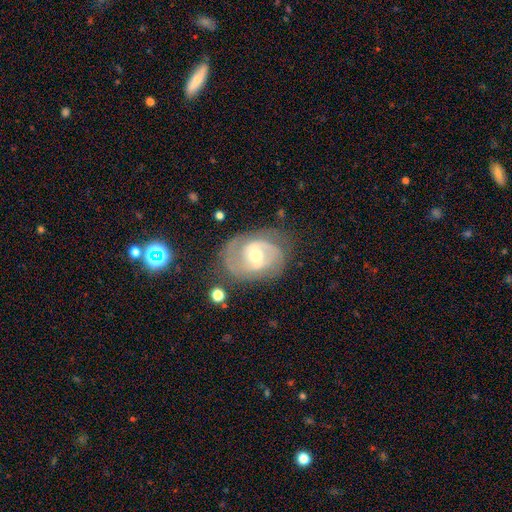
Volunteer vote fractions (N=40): Smooth or featured?
  - featured or disk: 90% *
  - smooth: 10%
  - star or artifact: 0%
Edge-on disk?
  - no: 97% *
  - yes: 3%
Bar?
  - strong: 46% *
  - weak: 43%
  - no: 11%
Spiral arms?
  - yes: 100% *
  - no: 0%
Spiral winding?
  - medium: 54% *
  - tight: 26%
  - loose: 20%
Spiral arm count?
  - 2: 80% *
  - can't tell: 14%
  - 1: 3%
  - 3: 3%
  - 4: 0%
  - more than 4: 0%
Bulge size?
  - moderate: 74% *
  - small: 17%
  - large: 9%
  - dominant: 0%
  - none: 0%
Merging?
  - none: 55% *
  - minor disturbance: 38%
  - major disturbance: 5%
  - merger: 2%